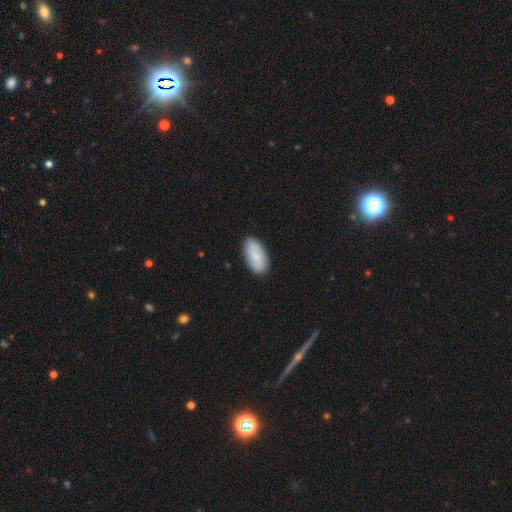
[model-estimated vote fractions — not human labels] Smooth or featured? smooth (75%)
How rounded? in between (93%)
Merging? none (87%)